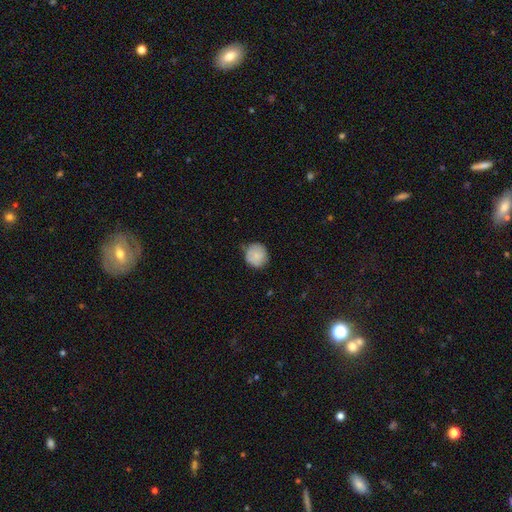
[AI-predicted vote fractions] Smooth or featured? Predicted: smooth (p=0.81). How rounded? Predicted: round (p=0.89). Merging? Predicted: none (p=0.71).